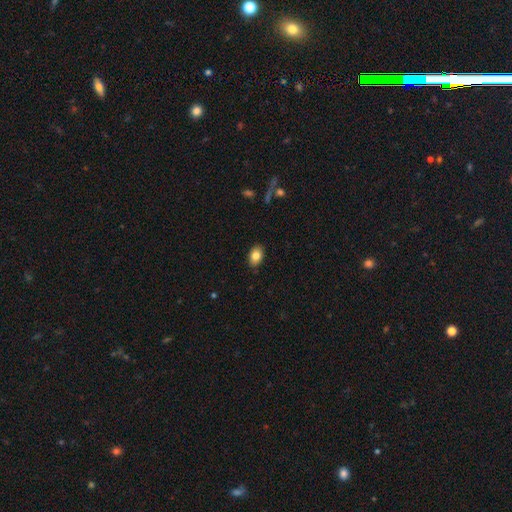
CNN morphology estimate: This is clearly a smooth galaxy (83%). How rounded: clearly in between (85%). Merging: clearly none (88%).